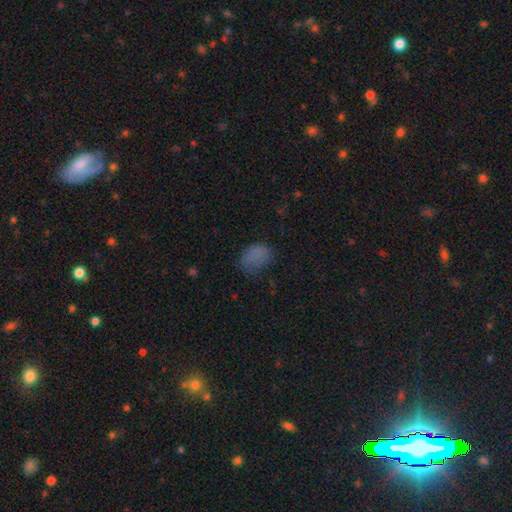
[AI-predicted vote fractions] Smooth or featured? smooth (75%)
How rounded? in between (72%)
Merging? none (54%)